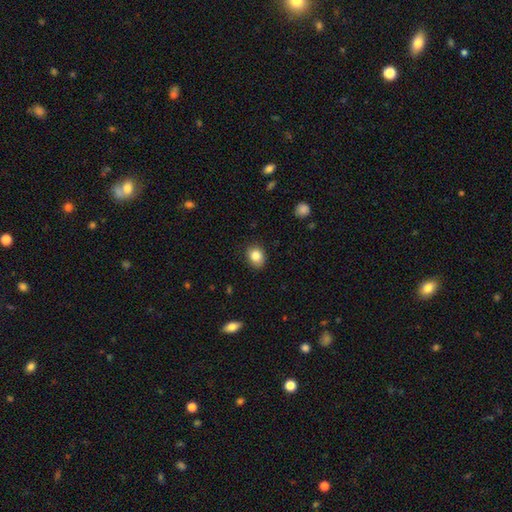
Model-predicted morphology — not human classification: Smooth or featured? Predicted: smooth (p=0.85). How rounded? Predicted: in between (p=0.57). Merging? Predicted: none (p=0.85).